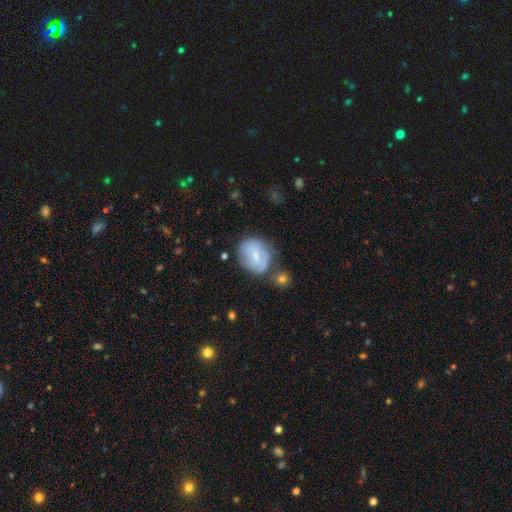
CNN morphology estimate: Overall: smooth (53%; featured or disk 39%). How rounded: round (66%; in between 33%). Merging: none (58%; minor disturbance 24%).